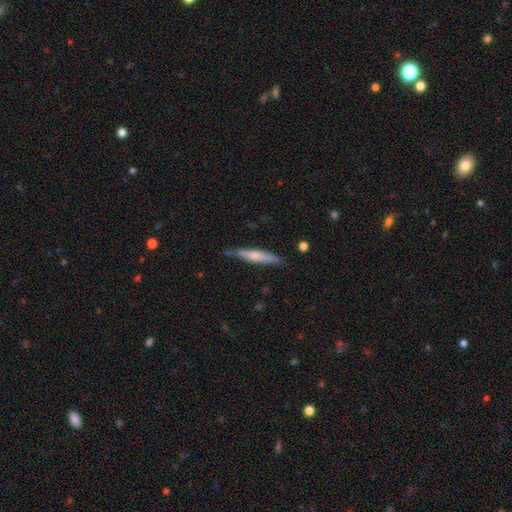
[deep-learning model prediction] This is possibly a featured or disk galaxy (48%). Merging: likely none (79%).